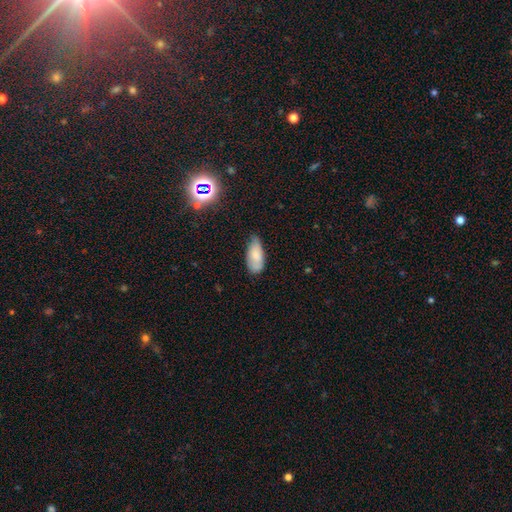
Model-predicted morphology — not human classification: type=smooth (78%); roundness=in between (90%); merging=none (46%).